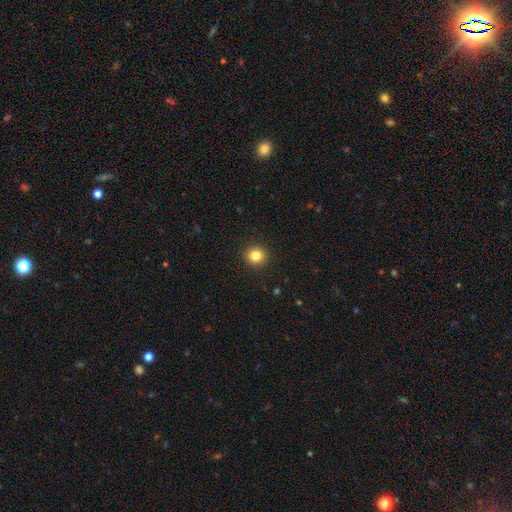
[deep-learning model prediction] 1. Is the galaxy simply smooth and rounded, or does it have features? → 83% smooth, 11% star or artifact, 6% featured or disk.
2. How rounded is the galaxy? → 92% round, 8% in between, 1% cigar-shaped.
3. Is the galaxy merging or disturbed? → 92% none, 5% minor disturbance, 2% major disturbance, 1% merger.